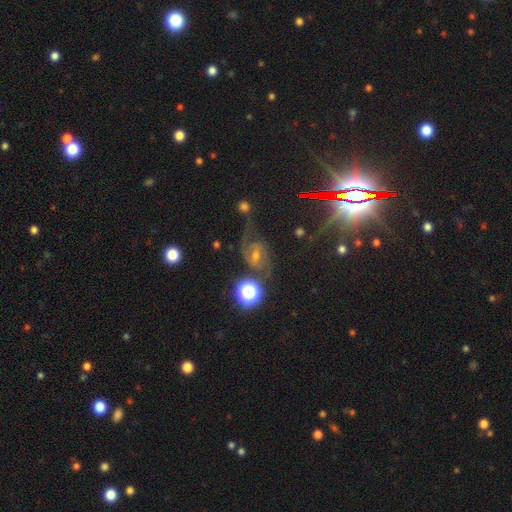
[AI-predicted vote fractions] Q: Smooth or featured?
A: featured or disk (61%); runner-up: star or artifact (25%)
Q: Edge-on disk?
A: no (95%); runner-up: yes (5%)
Q: Bar?
A: weak (48%); runner-up: no (33%)
Q: Spiral arms?
A: yes (89%); runner-up: no (11%)
Q: Spiral winding?
A: medium (46%); runner-up: loose (31%)
Q: Spiral arm count?
A: 2 (72%); runner-up: can't tell (14%)
Q: Bulge size?
A: moderate (48%); runner-up: small (42%)
Q: Merging?
A: none (50%); runner-up: major disturbance (22%)